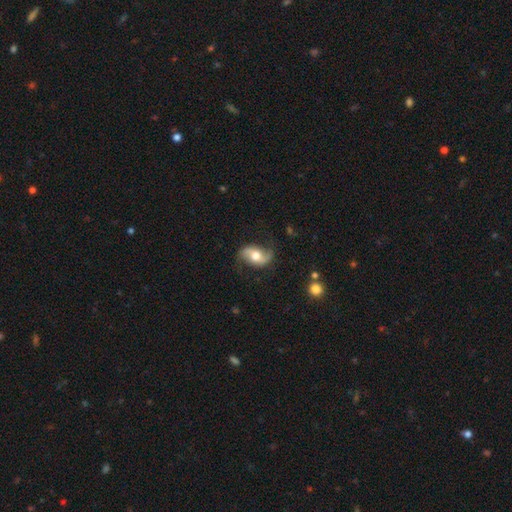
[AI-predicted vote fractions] Smooth or featured: featured or disk — 71% (smooth — 23%)
Edge-on disk: no — 95% (yes — 5%)
Bar: no — 56% (weak — 30%)
Spiral arms: yes — 89% (no — 11%)
Spiral winding: loose — 76% (medium — 19%)
Spiral arm count: 2 — 92% (1 — 3%)
Bulge size: moderate — 69% (large — 19%)
Merging: none — 73% (minor disturbance — 18%)